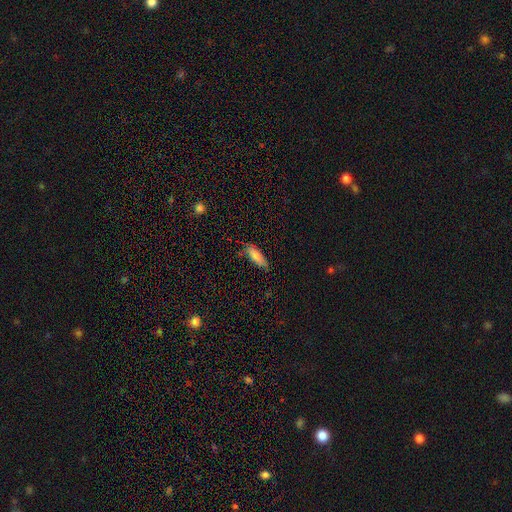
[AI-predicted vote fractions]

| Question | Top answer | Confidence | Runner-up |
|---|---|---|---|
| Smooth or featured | smooth | 81% | featured or disk (11%) |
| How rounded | in between | 63% | cigar-shaped (35%) |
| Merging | none | 63% | minor disturbance (28%) |